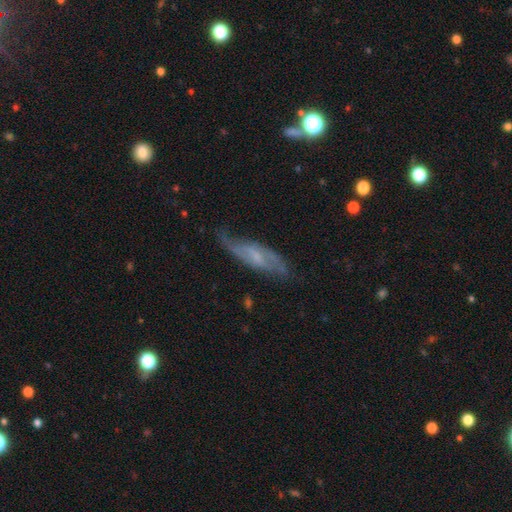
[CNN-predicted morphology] The model was most divided on "bar": weak: 47%, no: 36%, strong: 17%. More confident: spiral arms — yes (86%); edge-on disk — no (76%); smooth or featured — featured or disk (70%); merging — none (65%); bulge size — small (54%).